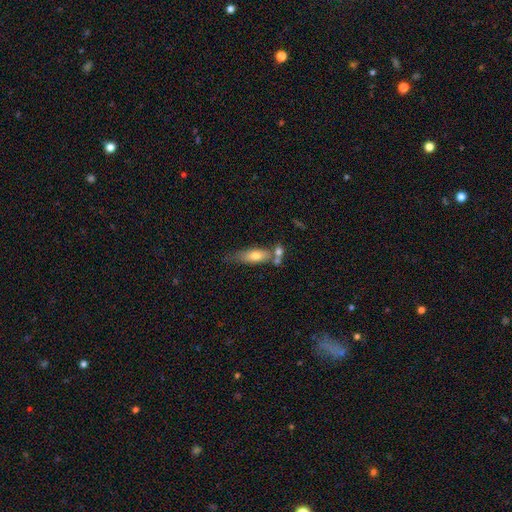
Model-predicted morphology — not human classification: A smooth galaxy with no disk features (64%) that is in between round and cigar-shaped (57%).

Vote fractions:
- Smooth or featured? smooth: 64% / featured or disk: 29% / star or artifact: 8%
- How rounded? in between: 57% / cigar-shaped: 39% / round: 3%
- Merging? none: 42% / merger: 30% / minor disturbance: 20% / major disturbance: 8%